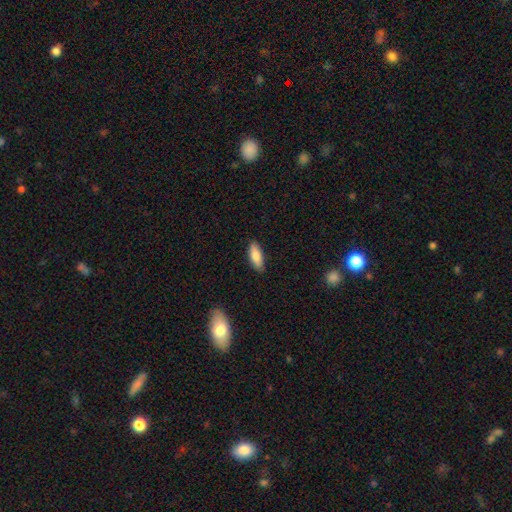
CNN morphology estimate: smooth_or_featured: smooth (p=0.83) [alt: featured or disk p=0.11]
how_rounded: in between (p=0.71) [alt: cigar-shaped p=0.27]
merging: none (p=0.86) [alt: minor disturbance p=0.11]